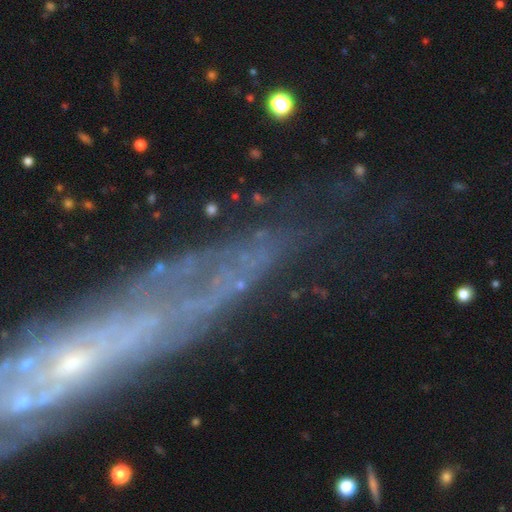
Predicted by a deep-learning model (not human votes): The model was most divided on "edge-on disk": no: 54%, yes: 46%. More confident: merging — none (66%); smooth or featured — featured or disk (58%).